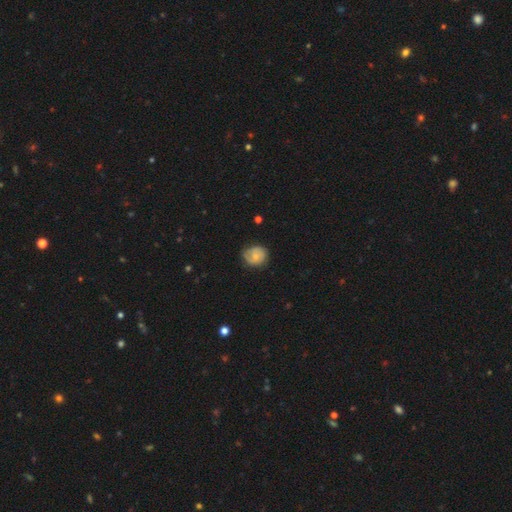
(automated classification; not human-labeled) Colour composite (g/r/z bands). It shows a smooth galaxy with no disk features (58%) that is round (72%). Merging: none (65%).